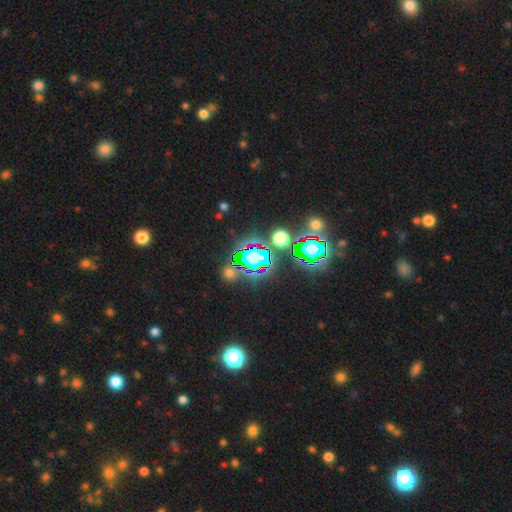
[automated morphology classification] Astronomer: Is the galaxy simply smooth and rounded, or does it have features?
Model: star or artifact — 68%.